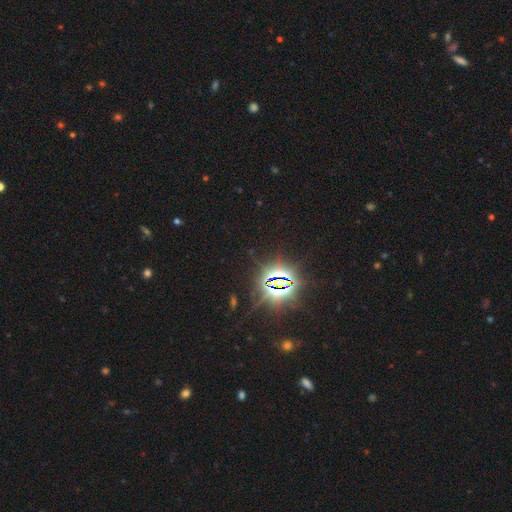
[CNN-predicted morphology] The model was most divided on "smooth or featured": star or artifact: 84%, smooth: 10%, featured or disk: 7%.